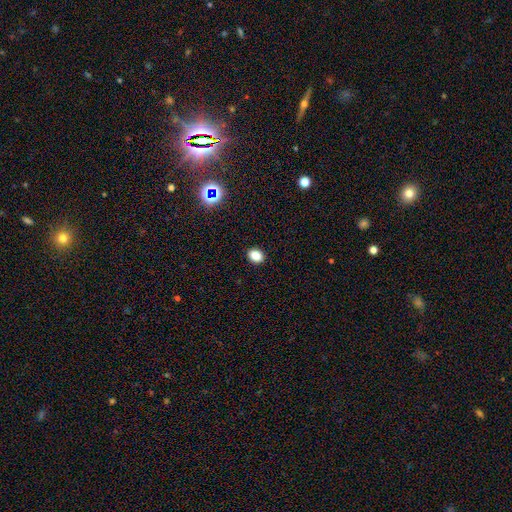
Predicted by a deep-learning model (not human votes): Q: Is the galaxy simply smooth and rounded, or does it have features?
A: smooth — 85%.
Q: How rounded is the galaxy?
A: in between — 61%.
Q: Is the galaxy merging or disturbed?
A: none — 91%.